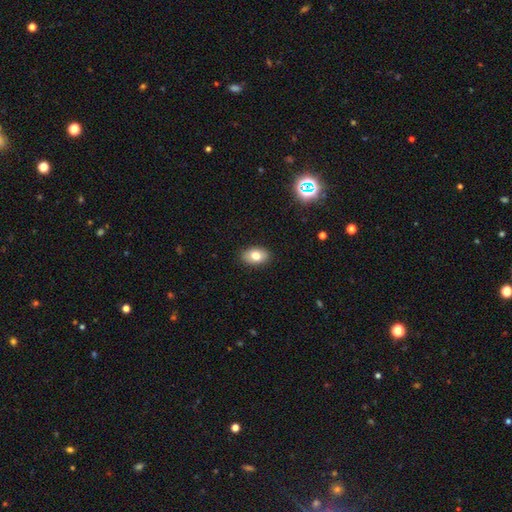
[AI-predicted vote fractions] A smooth galaxy with no disk features (79%) that is in between round and cigar-shaped (89%).

Vote fractions:
- Smooth or featured? smooth: 79% / featured or disk: 13% / star or artifact: 8%
- How rounded? in between: 89% / round: 10% / cigar-shaped: 1%
- Merging? none: 88% / minor disturbance: 9% / major disturbance: 2% / merger: 1%